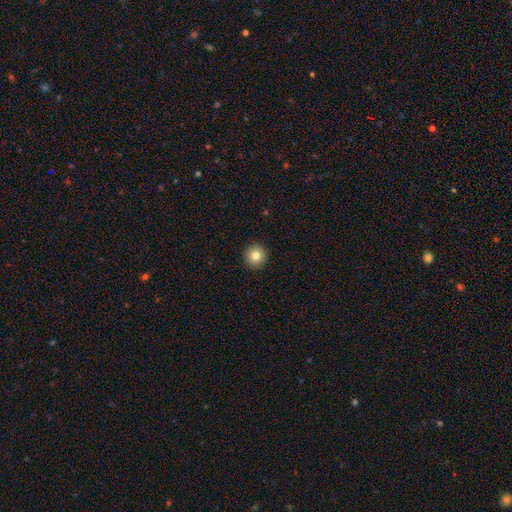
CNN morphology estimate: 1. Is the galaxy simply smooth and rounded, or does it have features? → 81% smooth, 11% star or artifact, 8% featured or disk.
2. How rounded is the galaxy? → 95% round, 4% in between, 1% cigar-shaped.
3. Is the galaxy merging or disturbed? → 93% none, 4% minor disturbance, 2% major disturbance, 1% merger.